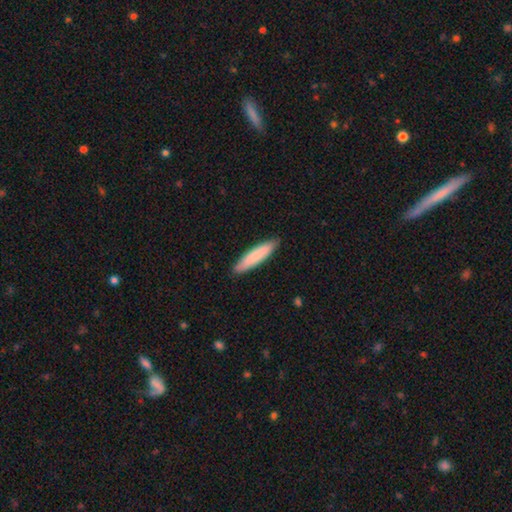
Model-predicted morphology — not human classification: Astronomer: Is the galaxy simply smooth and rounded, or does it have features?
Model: smooth — 83%.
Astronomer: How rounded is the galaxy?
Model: cigar-shaped — 85%.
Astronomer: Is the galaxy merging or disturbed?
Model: none — 89%.